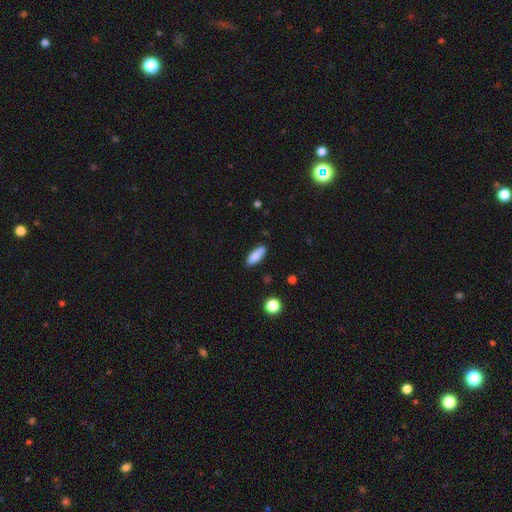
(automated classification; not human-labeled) A smooth galaxy with no disk features (84%) that is in between round and cigar-shaped (64%).

Vote fractions:
- Smooth or featured? smooth: 84% / featured or disk: 9% / star or artifact: 7%
- How rounded? in between: 64% / cigar-shaped: 34% / round: 2%
- Merging? none: 82% / minor disturbance: 13% / major disturbance: 2% / merger: 2%